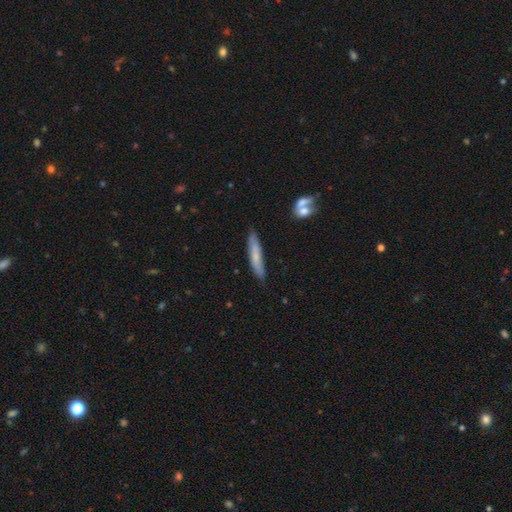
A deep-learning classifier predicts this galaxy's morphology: smooth_or_featured: smooth (p=0.64) [alt: featured or disk p=0.30]
how_rounded: cigar-shaped (p=0.91) [alt: in between p=0.08]
merging: none (p=0.82) [alt: minor disturbance p=0.13]